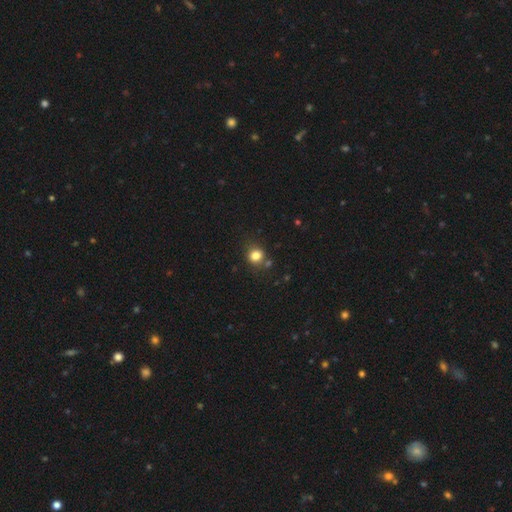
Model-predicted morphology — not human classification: Q: Smooth or featured?
A: smooth (81%); runner-up: star or artifact (12%)
Q: How rounded?
A: round (71%); runner-up: in between (28%)
Q: Merging?
A: none (72%); runner-up: minor disturbance (14%)